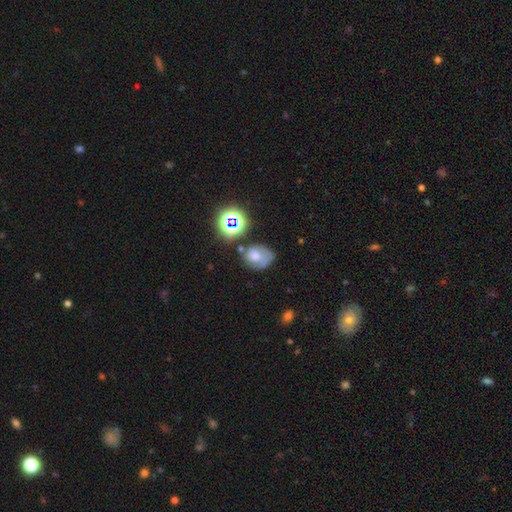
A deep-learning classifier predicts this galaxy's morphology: This appears to be a smooth galaxy with no disk features (42%). Merging: none (52%).